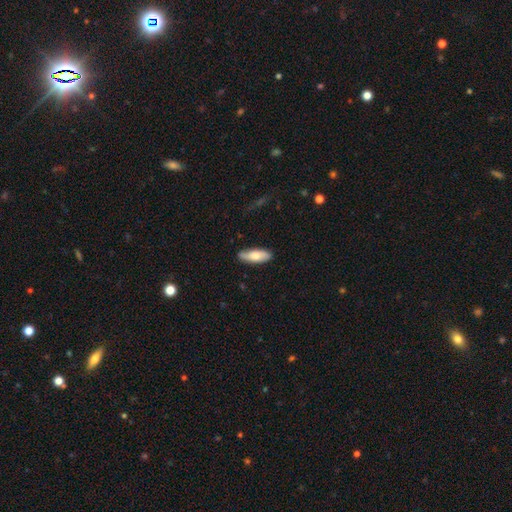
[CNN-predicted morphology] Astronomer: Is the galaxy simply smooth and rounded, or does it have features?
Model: smooth — 71%.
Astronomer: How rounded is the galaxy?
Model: in between — 69%.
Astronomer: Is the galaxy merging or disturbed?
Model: none — 81%.